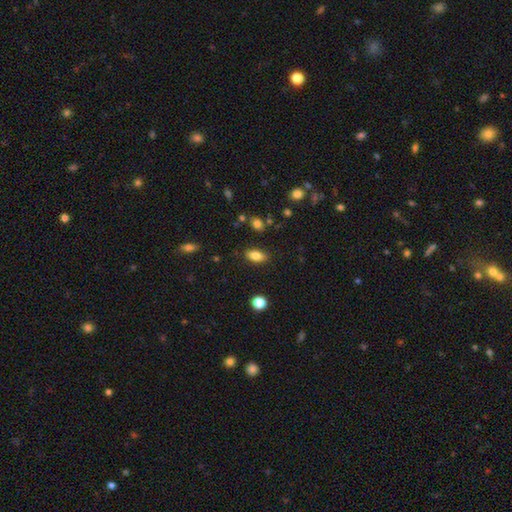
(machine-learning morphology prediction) Q: Smooth or featured?
A: smooth (82%); runner-up: featured or disk (9%)
Q: How rounded?
A: in between (88%); runner-up: cigar-shaped (7%)
Q: Merging?
A: none (85%); runner-up: minor disturbance (10%)